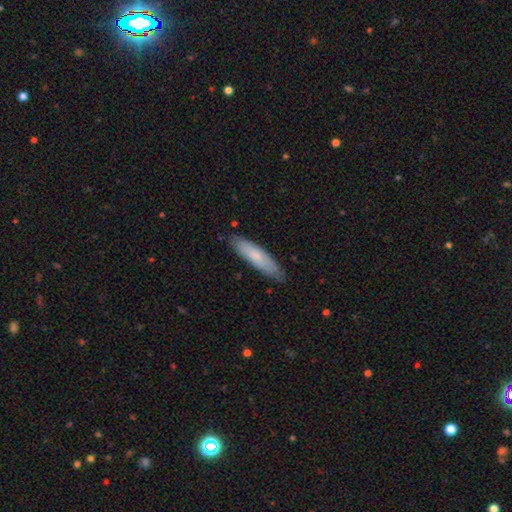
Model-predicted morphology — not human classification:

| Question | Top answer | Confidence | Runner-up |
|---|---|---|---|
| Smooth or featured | smooth | 72% | featured or disk (22%) |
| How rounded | cigar-shaped | 72% | in between (27%) |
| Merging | none | 82% | minor disturbance (14%) |